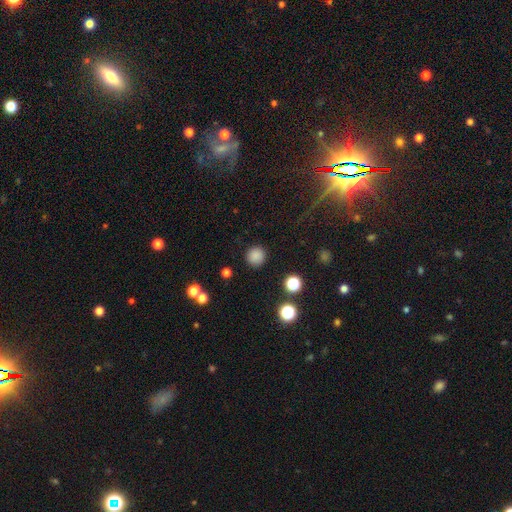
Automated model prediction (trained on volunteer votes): Morphology: type=smooth (83%); roundness=round (94%); merging=none (89%).